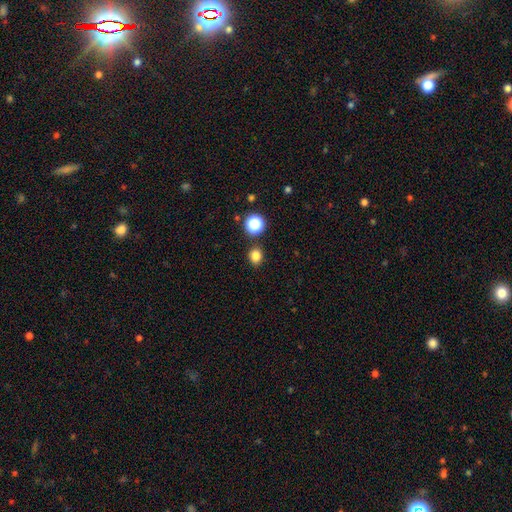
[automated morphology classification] smooth-or-featured: smooth: 81% | star or artifact: 14% | featured or disk: 4%
  how-rounded: round: 68% | in between: 31% | cigar-shaped: 1%
  merging: none: 86% | minor disturbance: 8% | merger: 4% | major disturbance: 2%